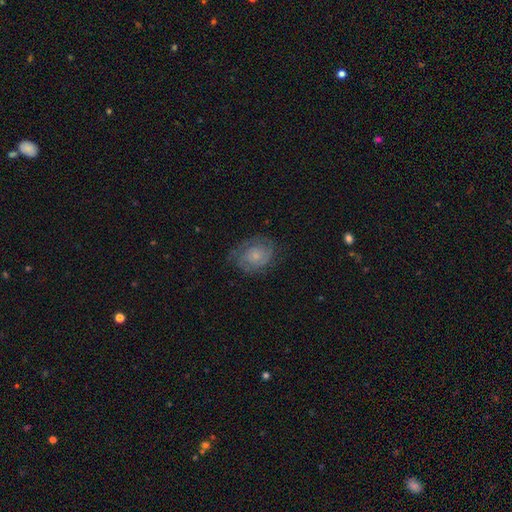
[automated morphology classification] featured or disk 65%, smooth 26%, star or artifact 8%. Down the decision tree: edge-on disk — no (98%); bar — no (80%); spiral arms — yes (89%); spiral arm count — 2 (49%); spiral winding — tight (60%); bulge size — small (67%); merging — none (71%).